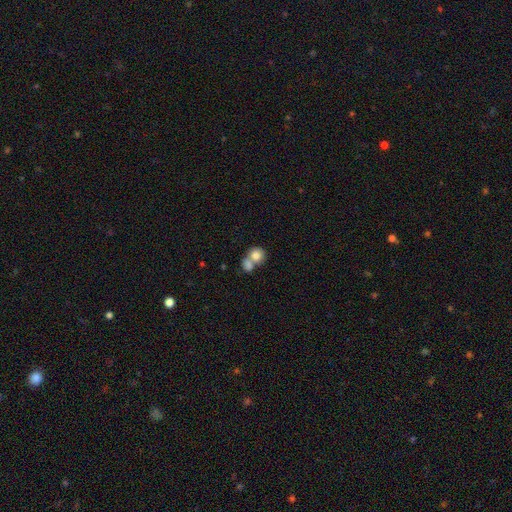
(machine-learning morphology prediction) Smooth or featured? Predicted: smooth (p=0.80). How rounded? Predicted: round (p=0.76). Merging? Predicted: merger (p=0.61).